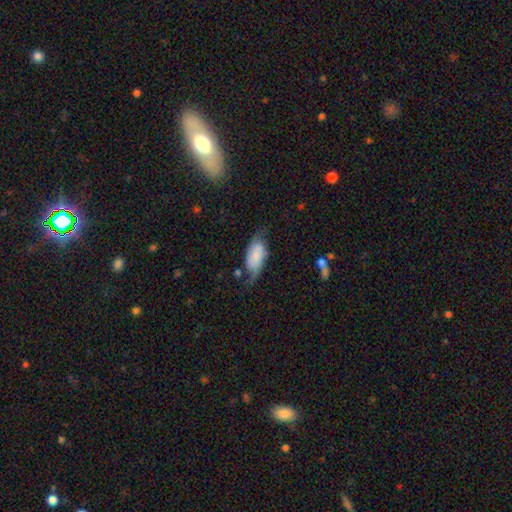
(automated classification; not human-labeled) Morphology: type=featured or disk (47%); merging=none (48%).